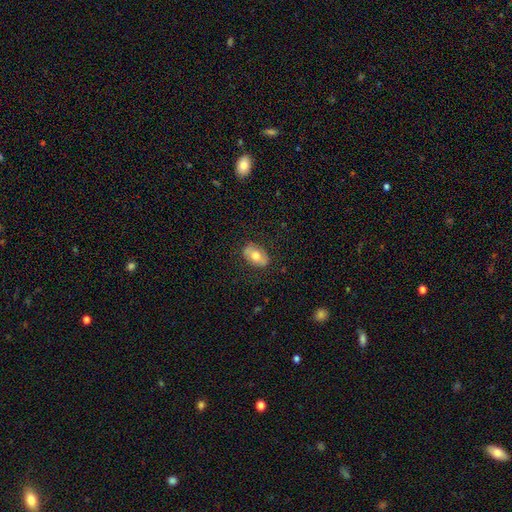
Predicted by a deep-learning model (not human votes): Smooth or featured?
  - smooth: 63% *
  - featured or disk: 30%
  - star or artifact: 7%
How rounded?
  - in between: 90% *
  - round: 8%
  - cigar-shaped: 2%
Merging?
  - none: 82% *
  - minor disturbance: 13%
  - major disturbance: 4%
  - merger: 1%